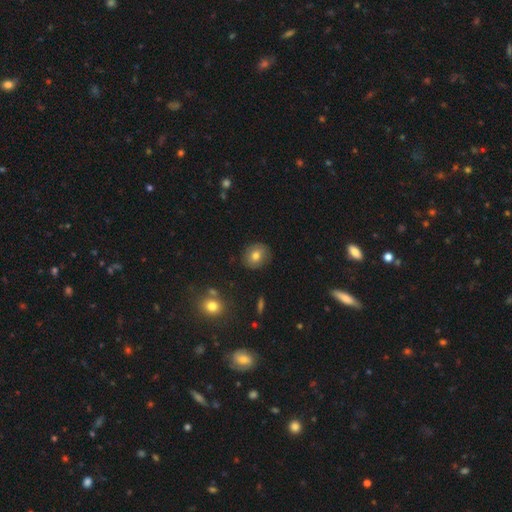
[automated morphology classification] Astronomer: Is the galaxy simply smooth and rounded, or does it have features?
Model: smooth — 72%.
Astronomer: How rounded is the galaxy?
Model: round — 72%.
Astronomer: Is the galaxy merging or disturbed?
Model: none — 85%.